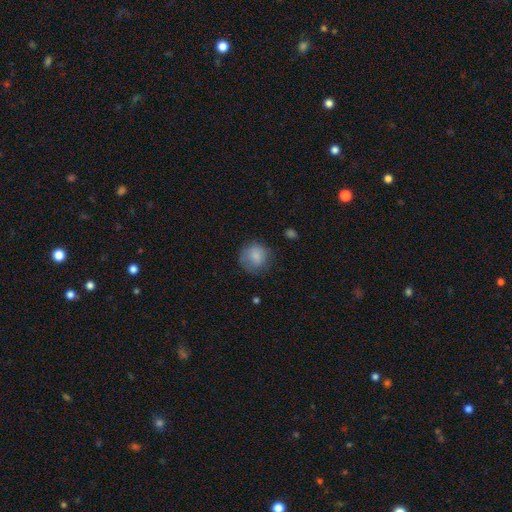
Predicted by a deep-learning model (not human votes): smooth-or-featured: smooth: 83% | featured or disk: 9% | star or artifact: 8%
  how-rounded: round: 87% | in between: 12% | cigar-shaped: 1%
  merging: none: 72% | minor disturbance: 19% | major disturbance: 7% | merger: 1%